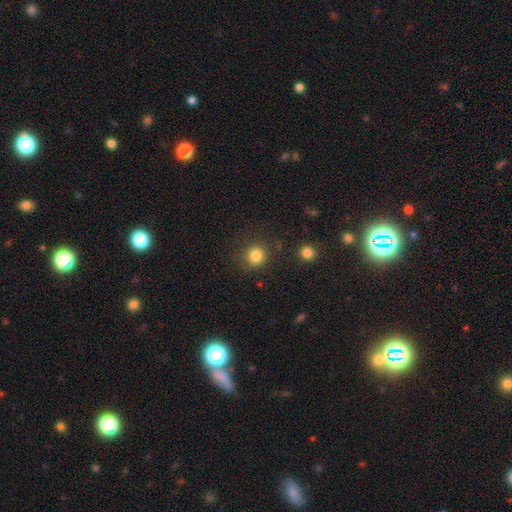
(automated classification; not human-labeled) smooth_or_featured: smooth (p=0.84) [alt: star or artifact p=0.11]
how_rounded: round (p=0.91) [alt: in between p=0.08]
merging: none (p=0.85) [alt: minor disturbance p=0.08]